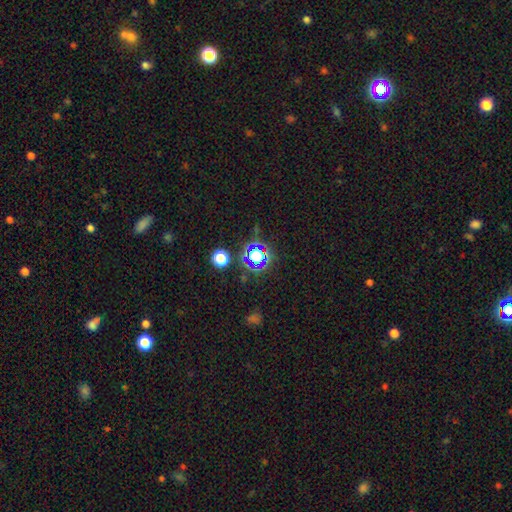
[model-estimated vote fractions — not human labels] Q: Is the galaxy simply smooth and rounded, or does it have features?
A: star or artifact — 67%.